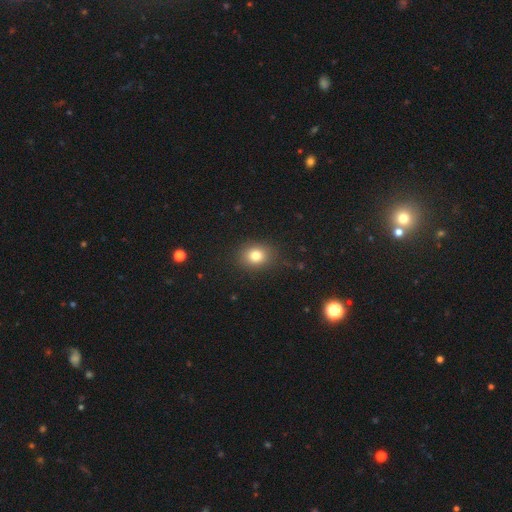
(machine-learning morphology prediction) Smooth or featured?
  - smooth: 80% *
  - star or artifact: 12%
  - featured or disk: 8%
How rounded?
  - round: 59% *
  - in between: 40%
  - cigar-shaped: 1%
Merging?
  - none: 85% *
  - minor disturbance: 11%
  - major disturbance: 3%
  - merger: 1%